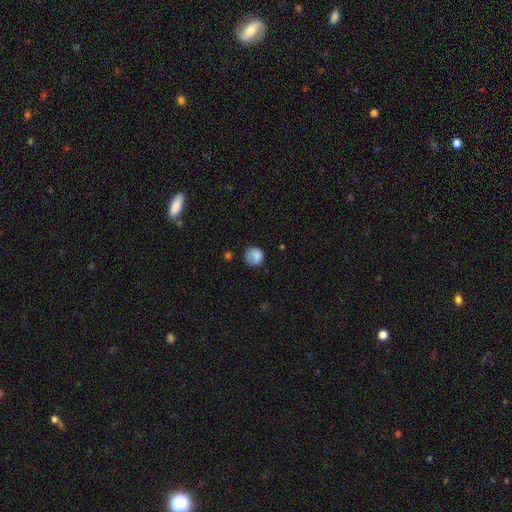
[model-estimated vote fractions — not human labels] Smooth or featured? smooth (82%)
How rounded? round (82%)
Merging? none (64%)